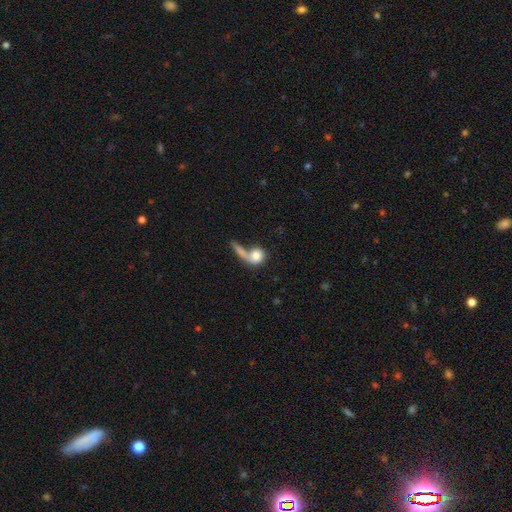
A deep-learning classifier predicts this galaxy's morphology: type=smooth (68%); roundness=round (64%); merging=merger (37%).